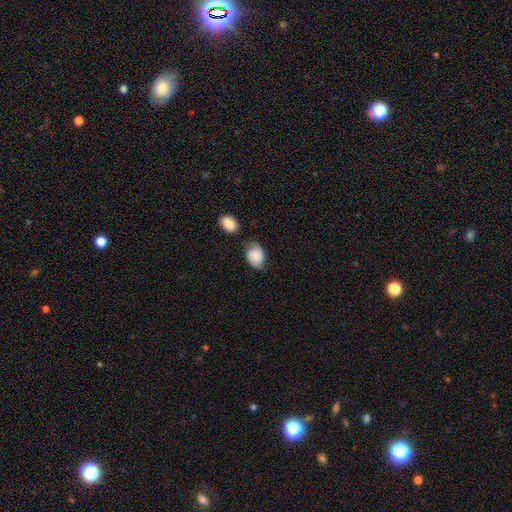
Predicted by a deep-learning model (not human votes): smooth-or-featured: smooth: 54% | featured or disk: 37% | star or artifact: 8%
  how-rounded: in between: 69% | round: 29% | cigar-shaped: 1%
  merging: none: 62% | minor disturbance: 23% | merger: 8% | major disturbance: 6%